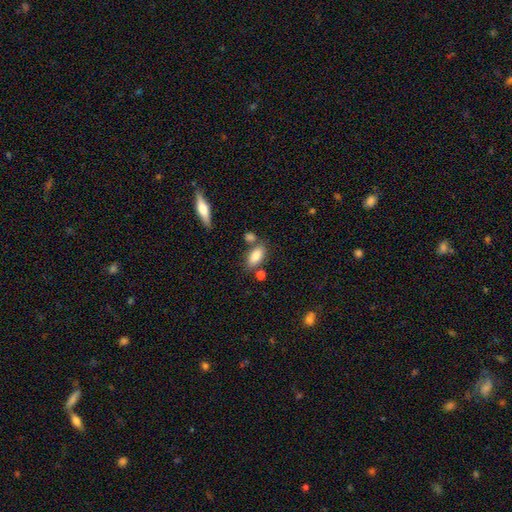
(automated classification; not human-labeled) Overall: smooth (84%). How rounded: in between (87%). Merging: none (67%).